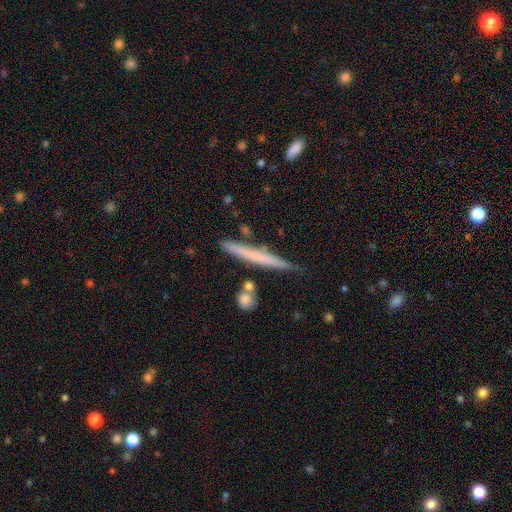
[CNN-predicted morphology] Overall: smooth (53%; featured or disk 41%). How rounded: cigar-shaped (96%). Merging: none (78%).